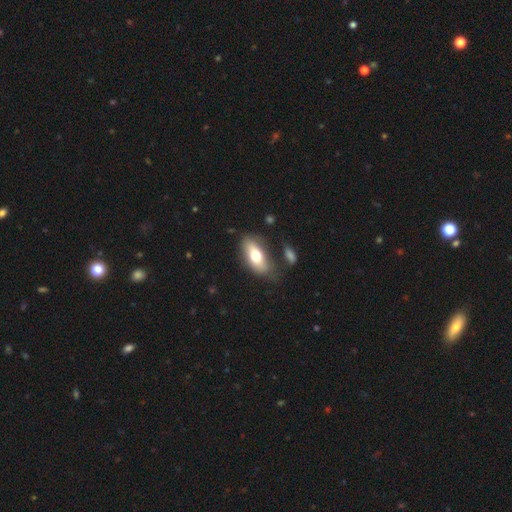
smooth 61%, featured or disk 34%, star or artifact 5%. Down the decision tree: how rounded — in between (74%); merging — none (53%).